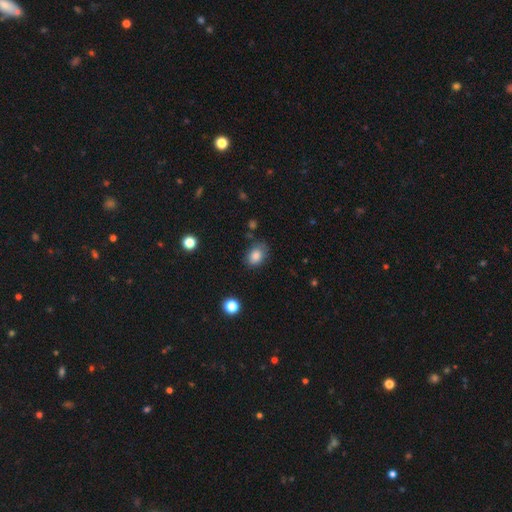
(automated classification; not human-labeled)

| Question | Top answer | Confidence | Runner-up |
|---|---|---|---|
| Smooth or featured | smooth | 84% | star or artifact (9%) |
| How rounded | in between | 69% | round (30%) |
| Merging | none | 68% | minor disturbance (23%) |